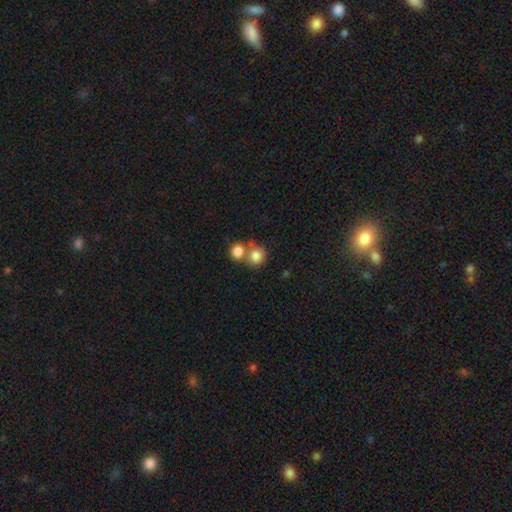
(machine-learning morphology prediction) A smooth galaxy with no disk features (82%) that is round (85%).

Vote fractions:
- Smooth or featured? smooth: 82% / star or artifact: 10% / featured or disk: 8%
- How rounded? round: 85% / in between: 14% / cigar-shaped: 1%
- Merging? none: 47% / merger: 43% / minor disturbance: 7% / major disturbance: 3%